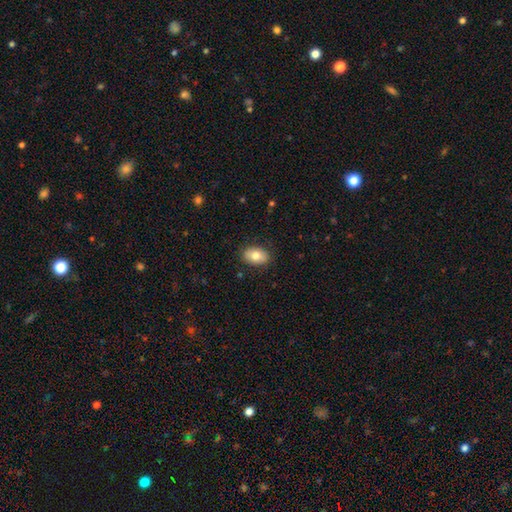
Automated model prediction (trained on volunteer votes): Smooth or featured? Predicted: smooth (p=0.78). How rounded? Predicted: in between (p=0.85). Merging? Predicted: none (p=0.86).